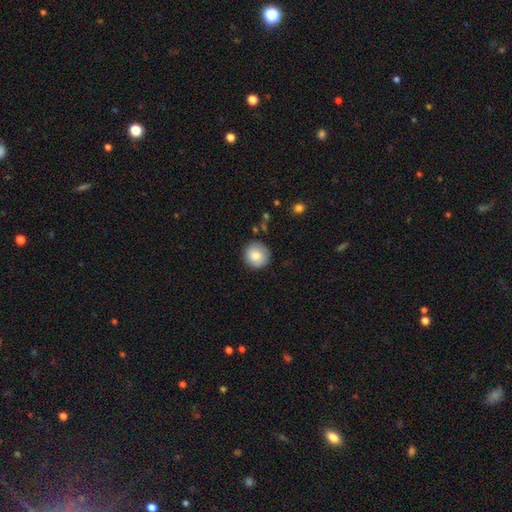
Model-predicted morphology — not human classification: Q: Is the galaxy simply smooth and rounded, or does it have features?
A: smooth — 83%.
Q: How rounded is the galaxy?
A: round — 95%.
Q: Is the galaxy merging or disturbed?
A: none — 88%.